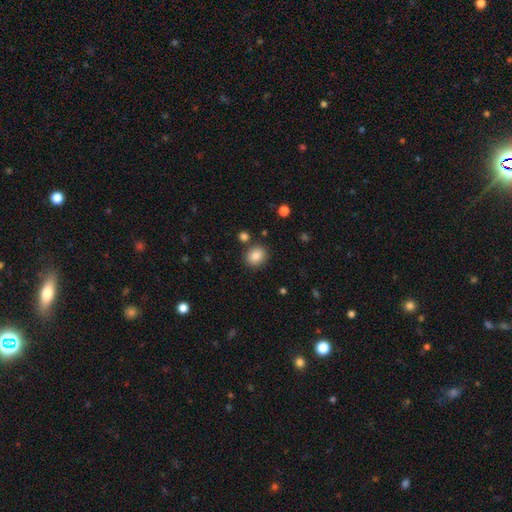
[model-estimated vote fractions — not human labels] A smooth galaxy with no disk features (86%) that is round (66%).

Vote fractions:
- Smooth or featured? smooth: 86% / star or artifact: 9% / featured or disk: 5%
- How rounded? round: 66% / in between: 33% / cigar-shaped: 1%
- Merging? none: 83% / minor disturbance: 9% / merger: 5% / major disturbance: 3%